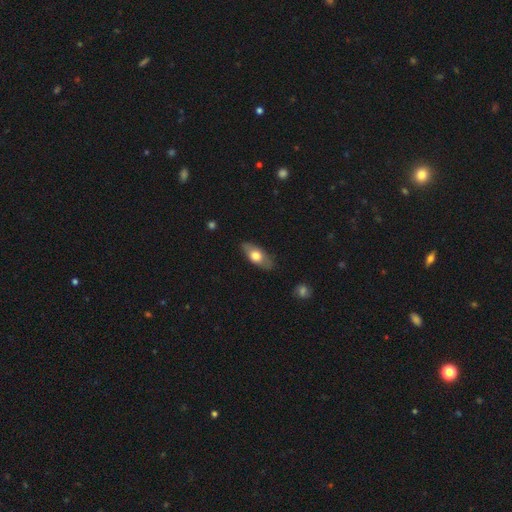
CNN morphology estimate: Smooth or featured? smooth (63%)
How rounded? in between (81%)
Merging? none (82%)